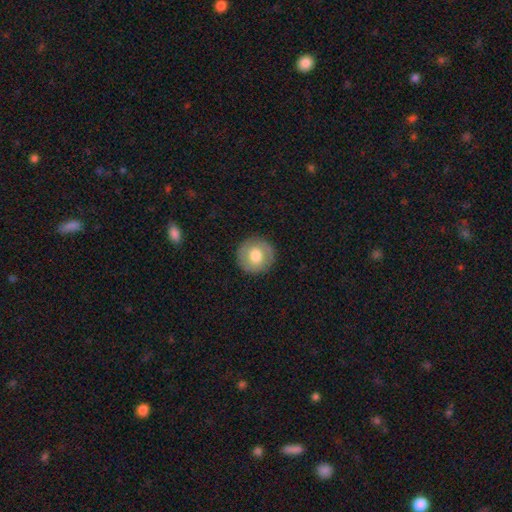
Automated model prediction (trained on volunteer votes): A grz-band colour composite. It shows a smooth galaxy with no disk features (69%) that is round (95%). Merging: none (90%).